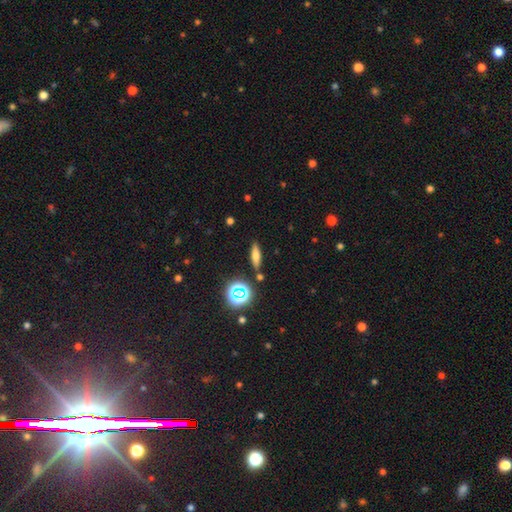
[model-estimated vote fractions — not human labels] A smooth galaxy with no disk features (66%) that is cigar-shaped (58%).

Vote fractions:
- Smooth or featured? smooth: 66% / featured or disk: 18% / star or artifact: 16%
- How rounded? cigar-shaped: 58% / in between: 34% / round: 8%
- Merging? none: 84% / minor disturbance: 9% / merger: 4% / major disturbance: 3%